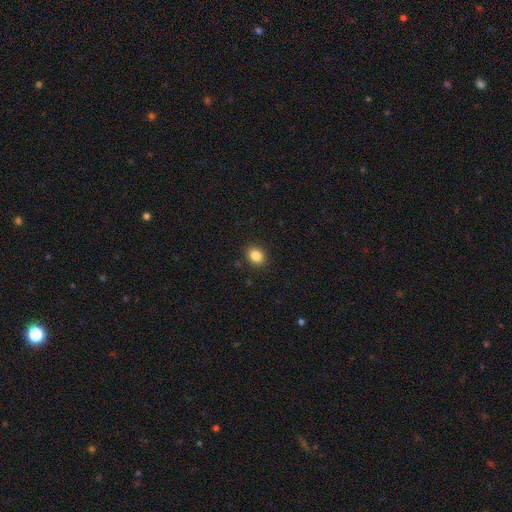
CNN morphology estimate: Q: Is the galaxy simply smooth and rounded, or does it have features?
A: smooth — 85%.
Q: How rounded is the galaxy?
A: round — 59%.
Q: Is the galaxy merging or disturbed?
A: none — 90%.